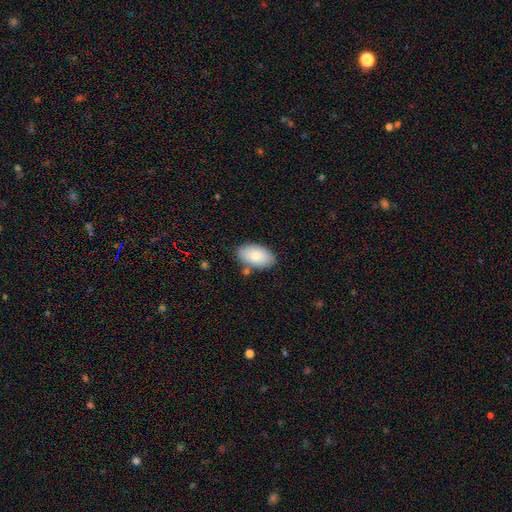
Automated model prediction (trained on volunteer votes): smooth_or_featured: smooth (p=0.81) [alt: featured or disk p=0.13]
how_rounded: in between (p=0.94) [alt: round p=0.04]
merging: none (p=0.79) [alt: minor disturbance p=0.14]